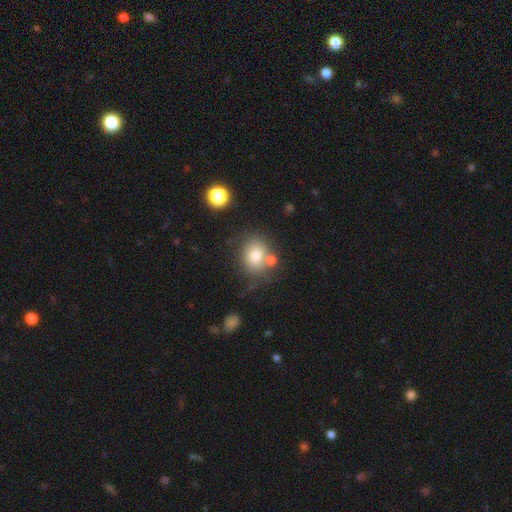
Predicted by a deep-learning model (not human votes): This is likely a smooth galaxy (77%). How rounded: likely round (63%). Merging: likely none (65%).